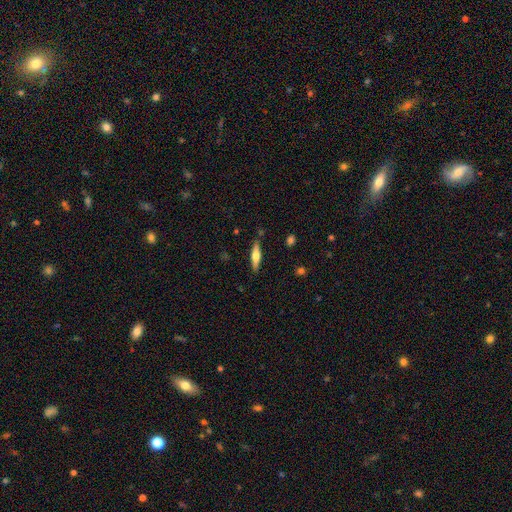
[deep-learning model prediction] The model was most divided on "smooth or featured": smooth: 51%, featured or disk: 43%, star or artifact: 6%. More confident: merging — none (84%); how rounded — cigar-shaped (72%).